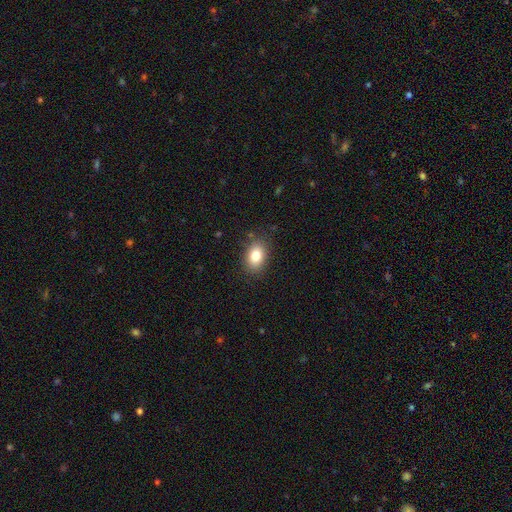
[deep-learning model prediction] Morphology: type=smooth (82%); roundness=in between (78%); merging=none (84%).